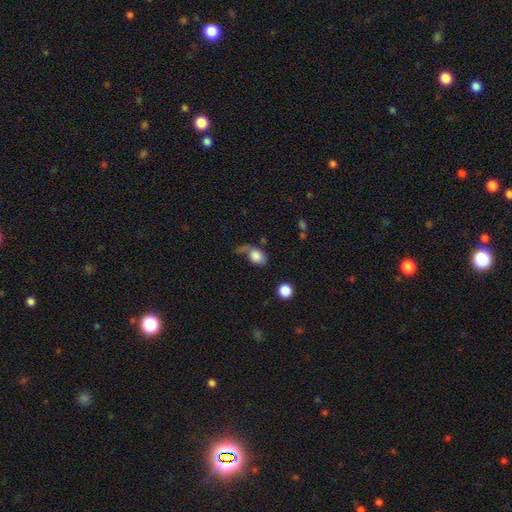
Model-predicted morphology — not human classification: smooth 72%, featured or disk 19%, star or artifact 9%. Down the decision tree: how rounded — in between (73%); merging — major disturbance (39%).